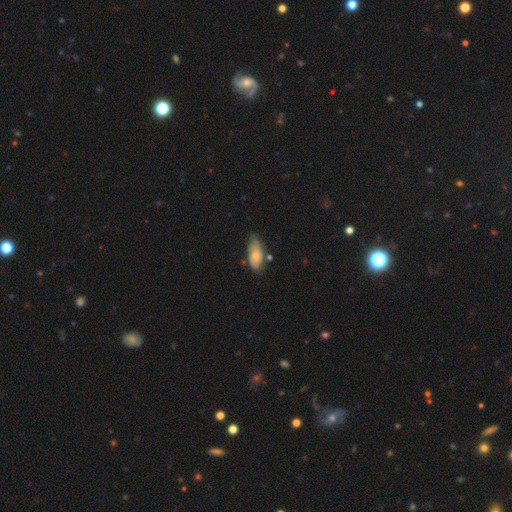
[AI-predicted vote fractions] Overall: smooth (67%; featured or disk 27%). How rounded: in between (86%). Merging: none (49%; minor disturbance 37%).